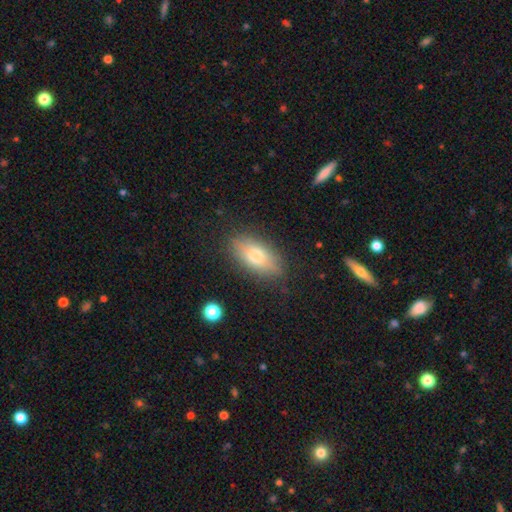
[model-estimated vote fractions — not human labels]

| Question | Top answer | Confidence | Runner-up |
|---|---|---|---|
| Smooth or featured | smooth | 72% | featured or disk (20%) |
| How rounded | in between | 87% | cigar-shaped (8%) |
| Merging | none | 84% | minor disturbance (12%) |